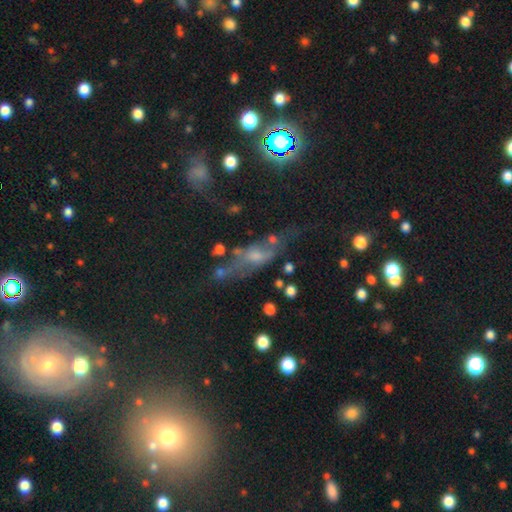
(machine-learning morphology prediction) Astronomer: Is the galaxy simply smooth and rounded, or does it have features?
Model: featured or disk — 37% (runner-up: smooth, 34%).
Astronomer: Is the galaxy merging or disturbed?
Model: none — 57%.